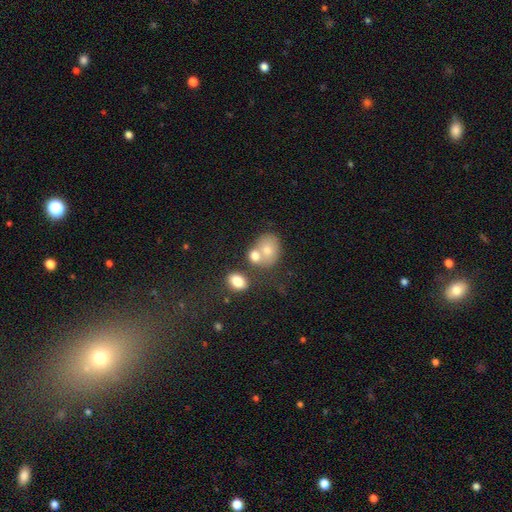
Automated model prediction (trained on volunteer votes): This appears to be a smooth galaxy with no disk features (72%) that is round (50%). Merging: merger (46%).